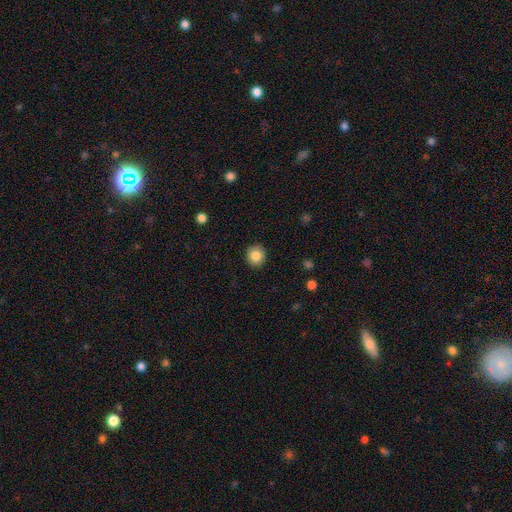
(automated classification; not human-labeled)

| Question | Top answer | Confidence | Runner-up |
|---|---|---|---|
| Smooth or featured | smooth | 85% | star or artifact (9%) |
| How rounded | round | 88% | in between (11%) |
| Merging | none | 91% | minor disturbance (6%) |